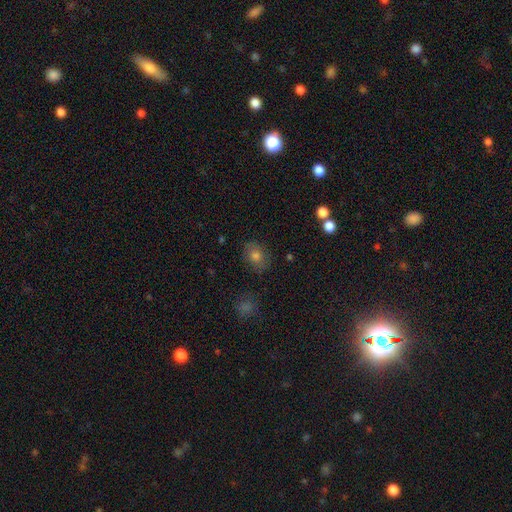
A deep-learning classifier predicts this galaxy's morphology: Smooth or featured?
  - smooth: 68% *
  - star or artifact: 16%
  - featured or disk: 16%
How rounded?
  - round: 51% *
  - in between: 47%
  - cigar-shaped: 1%
Merging?
  - none: 80% *
  - minor disturbance: 14%
  - major disturbance: 4%
  - merger: 2%